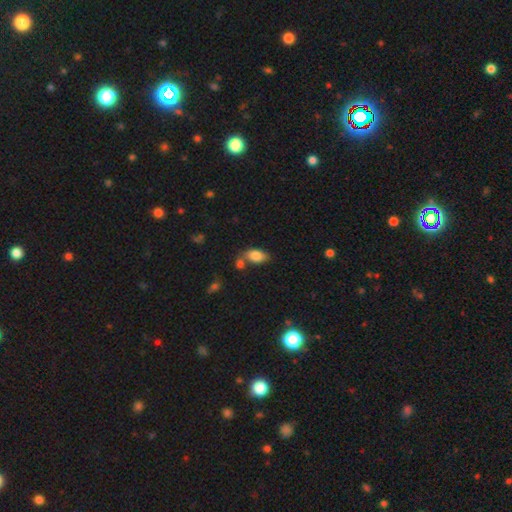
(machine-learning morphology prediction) smooth-or-featured: smooth: 84% | featured or disk: 8% | star or artifact: 8%
  how-rounded: in between: 91% | round: 6% | cigar-shaped: 3%
  merging: none: 56% | merger: 23% | minor disturbance: 16% | major disturbance: 5%